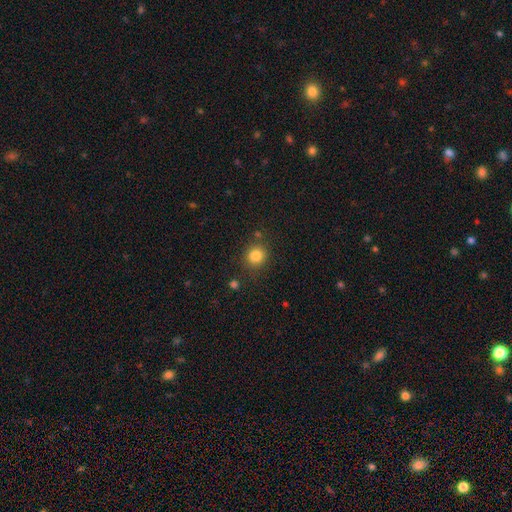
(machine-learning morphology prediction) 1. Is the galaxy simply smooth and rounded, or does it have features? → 84% smooth, 11% star or artifact, 5% featured or disk.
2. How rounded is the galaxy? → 85% round, 14% in between, 1% cigar-shaped.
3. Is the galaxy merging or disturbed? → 82% none, 10% minor disturbance, 4% merger, 4% major disturbance.